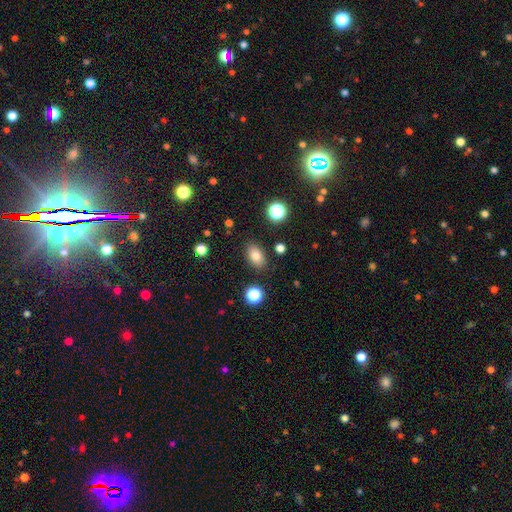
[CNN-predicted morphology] A smooth galaxy with no disk features (80%) that is in between round and cigar-shaped (85%). Merging: none (85%).